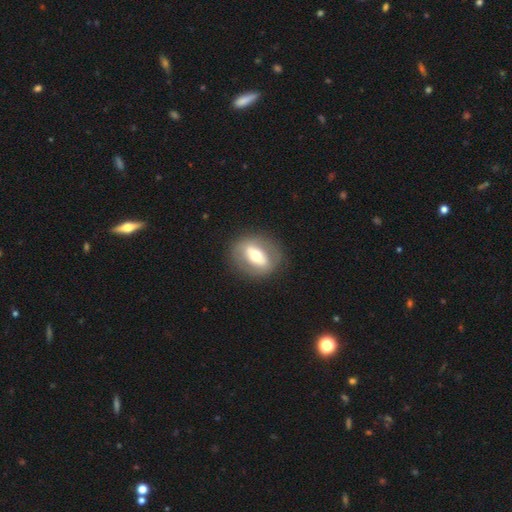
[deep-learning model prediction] A featured or disk galaxy (51%). Merging: none (82%).